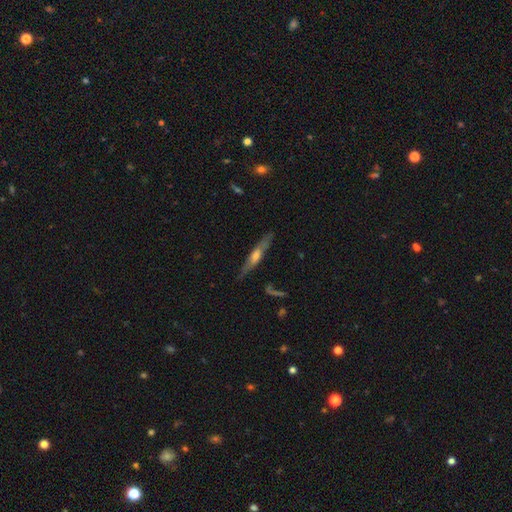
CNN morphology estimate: smooth_or_featured: featured or disk (p=0.60) [alt: smooth p=0.33]
disk_edge_on: yes (p=0.83) [alt: no p=0.17]
merging: none (p=0.77) [alt: minor disturbance p=0.16]